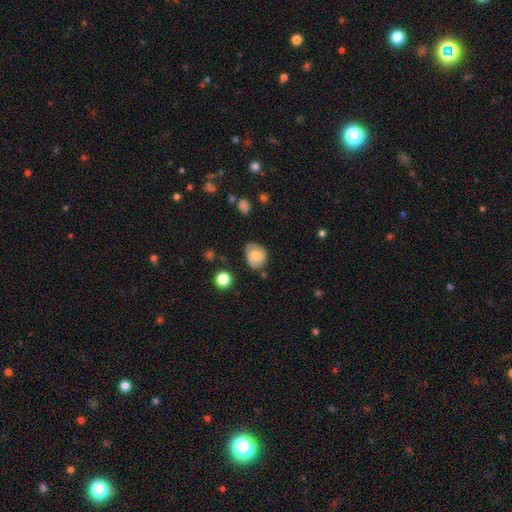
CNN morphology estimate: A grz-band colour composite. It shows a smooth galaxy with no disk features (63%) that is round (50%). Merging: none (62%).